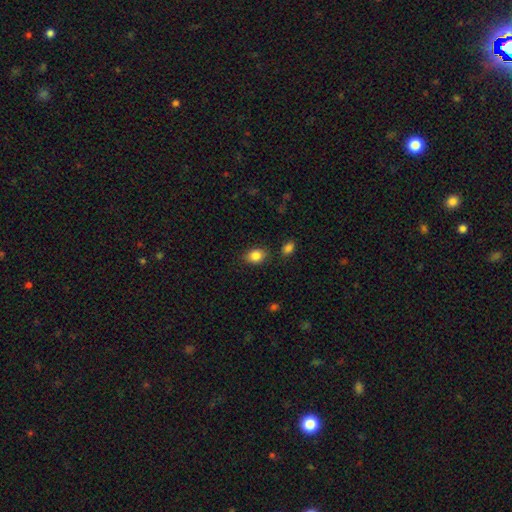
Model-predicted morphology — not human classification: A smooth galaxy with no disk features (86%) that is in between round and cigar-shaped (63%).

Vote fractions:
- Smooth or featured? smooth: 86% / star or artifact: 9% / featured or disk: 5%
- How rounded? in between: 63% / round: 36% / cigar-shaped: 1%
- Merging? none: 82% / minor disturbance: 12% / merger: 3% / major disturbance: 3%